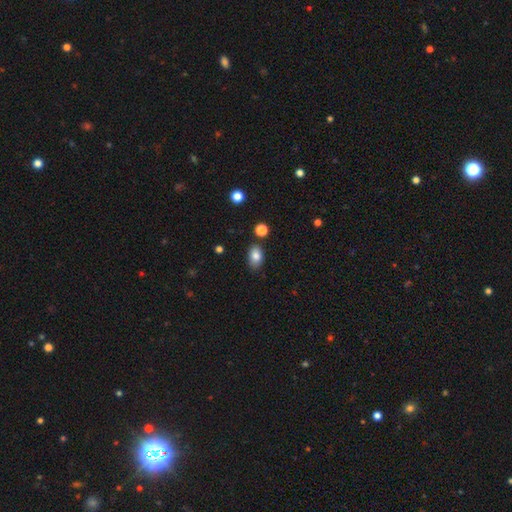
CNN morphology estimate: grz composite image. It shows a smooth galaxy with no disk features (84%) that is in between round and cigar-shaped (85%). Merging: none (76%).